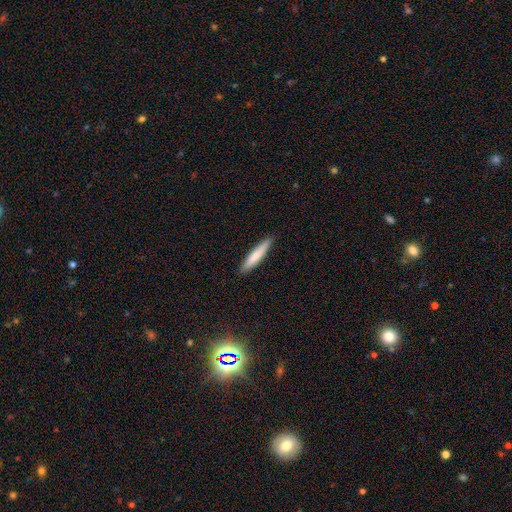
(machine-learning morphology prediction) A smooth galaxy with no disk features (76%) that is cigar-shaped (91%). Merging: none (91%).